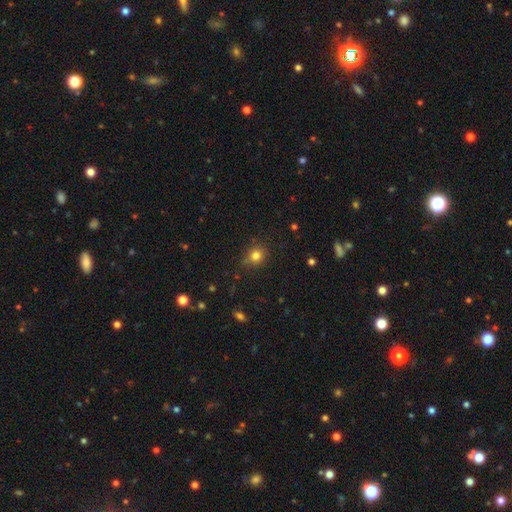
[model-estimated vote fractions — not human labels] Q: Smooth or featured?
A: smooth (80%); runner-up: star or artifact (14%)
Q: How rounded?
A: round (75%); runner-up: in between (24%)
Q: Merging?
A: none (77%); runner-up: minor disturbance (16%)